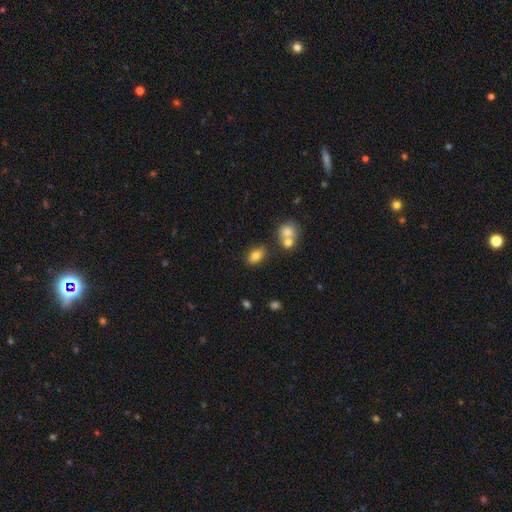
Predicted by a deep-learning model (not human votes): smooth-or-featured: smooth: 80% | star or artifact: 10% | featured or disk: 10%
  how-rounded: in between: 85% | round: 12% | cigar-shaped: 2%
  merging: none: 76% | minor disturbance: 10% | merger: 10% | major disturbance: 3%